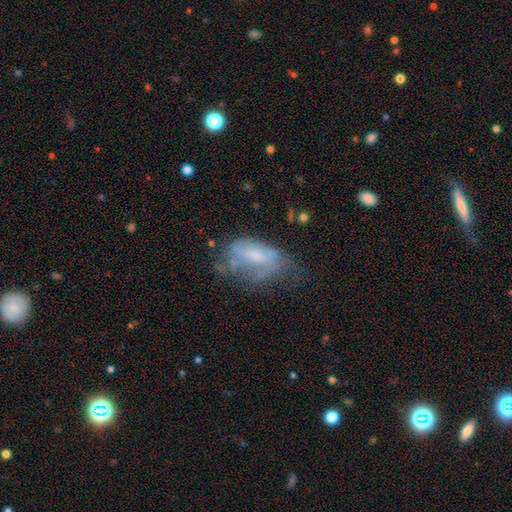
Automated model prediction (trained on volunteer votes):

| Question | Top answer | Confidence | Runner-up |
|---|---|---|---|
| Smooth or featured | featured or disk | 46% | smooth (44%) |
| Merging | major disturbance | 33% | minor disturbance (31%) |